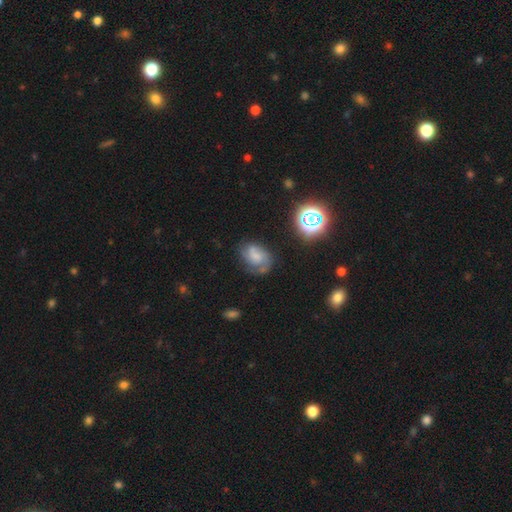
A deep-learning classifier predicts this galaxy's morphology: Smooth or featured? featured or disk (63%)
Edge-on disk? no (97%)
Bar? no (57%)
Spiral arms? yes (89%)
Spiral winding? medium (42%)
Spiral arm count? 2 (44%)
Bulge size? none (38%)
Merging? none (58%)